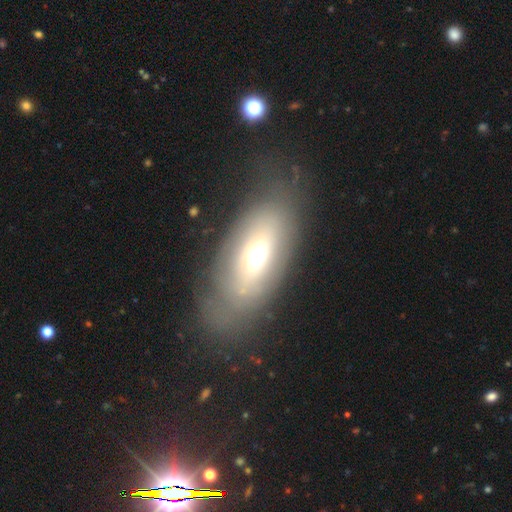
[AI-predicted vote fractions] Q: Smooth or featured?
A: smooth (53%); runner-up: featured or disk (35%)
Q: How rounded?
A: in between (84%); runner-up: round (8%)
Q: Merging?
A: none (62%); runner-up: minor disturbance (19%)